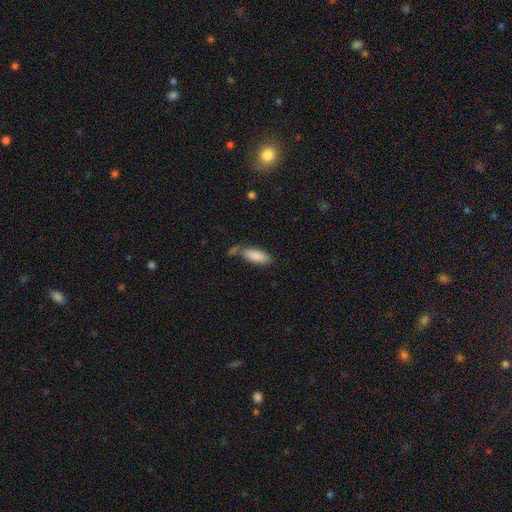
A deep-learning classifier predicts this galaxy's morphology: Q: Smooth or featured?
A: smooth (86%); runner-up: featured or disk (7%)
Q: How rounded?
A: in between (76%); runner-up: cigar-shaped (23%)
Q: Merging?
A: none (59%); runner-up: minor disturbance (18%)